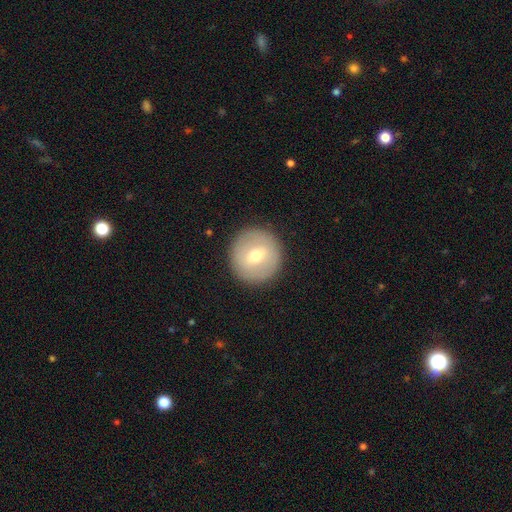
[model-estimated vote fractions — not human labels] Morphology: type=smooth (56%); roundness=round (95%); merging=none (90%).